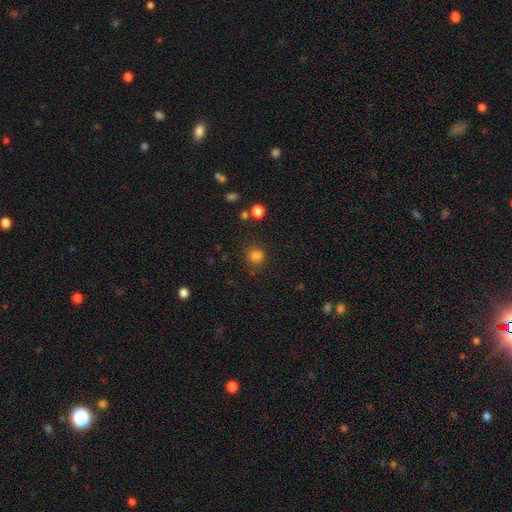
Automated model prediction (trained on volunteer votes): This appears to be a smooth galaxy with no disk features (81%) that is round (86%). Merging: none (79%).